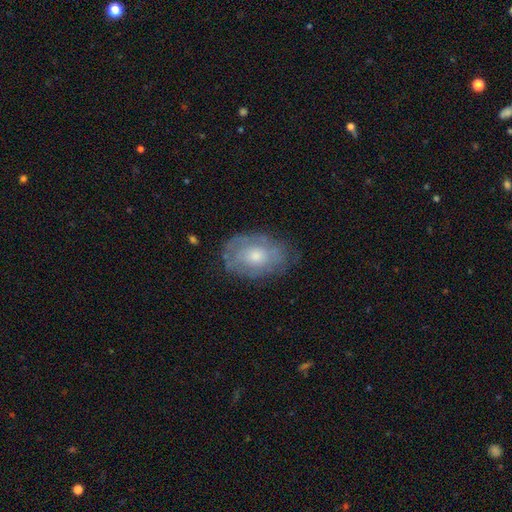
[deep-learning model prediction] Q: Smooth or featured?
A: featured or disk (53%); runner-up: smooth (40%)
Q: Edge-on disk?
A: no (94%); runner-up: yes (6%)
Q: Bar?
A: no (85%); runner-up: weak (13%)
Q: Spiral arms?
A: yes (50%); tied with: no (50%)
Q: Bulge size?
A: moderate (51%); runner-up: small (38%)
Q: Merging?
A: none (68%); runner-up: minor disturbance (23%)